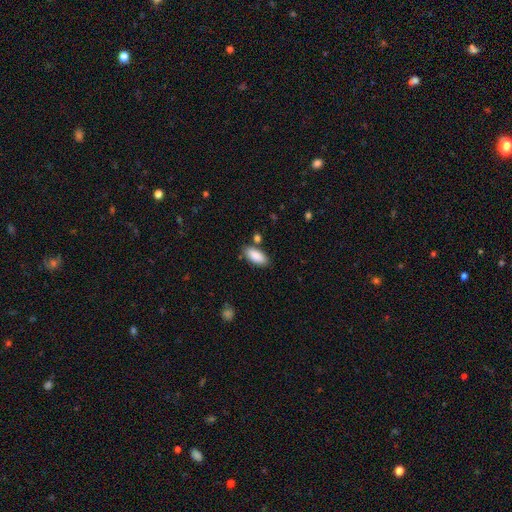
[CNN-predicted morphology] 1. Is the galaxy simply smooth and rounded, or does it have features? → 89% smooth, 6% star or artifact, 5% featured or disk.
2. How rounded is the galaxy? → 89% in between, 9% cigar-shaped, 2% round.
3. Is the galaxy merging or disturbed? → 80% none, 11% minor disturbance, 6% merger, 3% major disturbance.